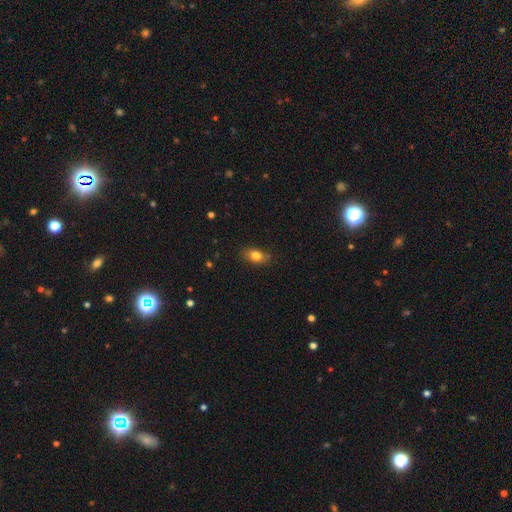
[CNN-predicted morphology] smooth-or-featured: smooth: 80% | star or artifact: 10% | featured or disk: 10%
  how-rounded: in between: 77% | round: 20% | cigar-shaped: 3%
  merging: none: 83% | minor disturbance: 13% | major disturbance: 3% | merger: 1%